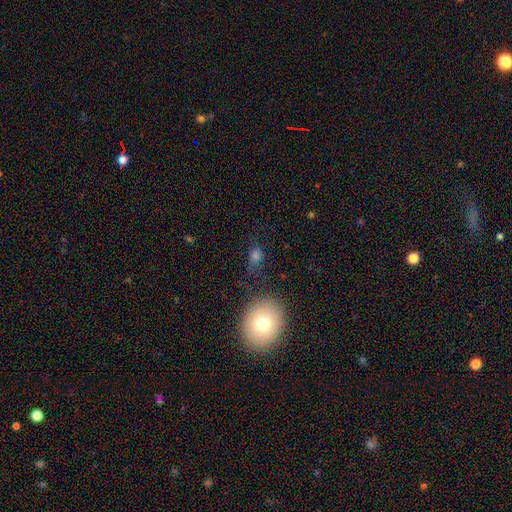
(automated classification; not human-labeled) smooth-or-featured: smooth: 71% | star or artifact: 18% | featured or disk: 10%
  how-rounded: in between: 59% | round: 38% | cigar-shaped: 3%
  merging: none: 64% | minor disturbance: 18% | major disturbance: 11% | merger: 7%